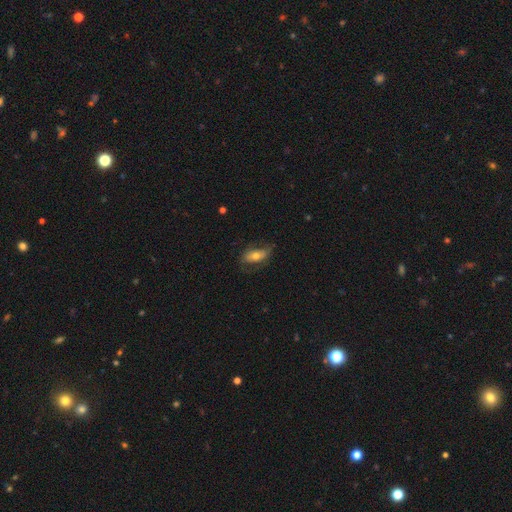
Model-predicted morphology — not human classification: A smooth galaxy with no disk features (50%).

Vote fractions:
- Smooth or featured? smooth: 50% / featured or disk: 43% / star or artifact: 8%
- Merging? none: 65% / minor disturbance: 21% / major disturbance: 12% / merger: 1%